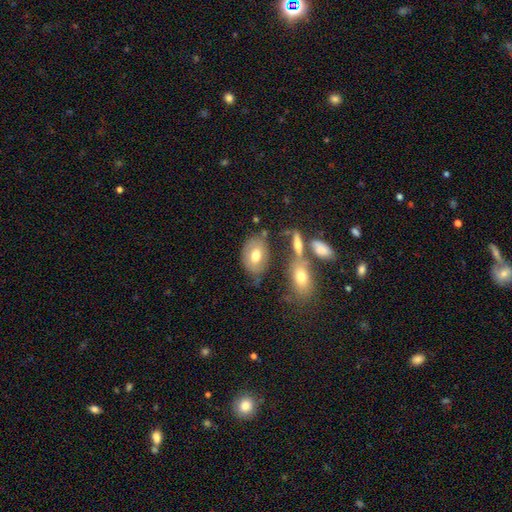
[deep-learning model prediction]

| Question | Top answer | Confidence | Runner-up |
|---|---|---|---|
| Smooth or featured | smooth | 66% | featured or disk (26%) |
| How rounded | in between | 83% | round (15%) |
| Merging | none | 59% | minor disturbance (19%) |